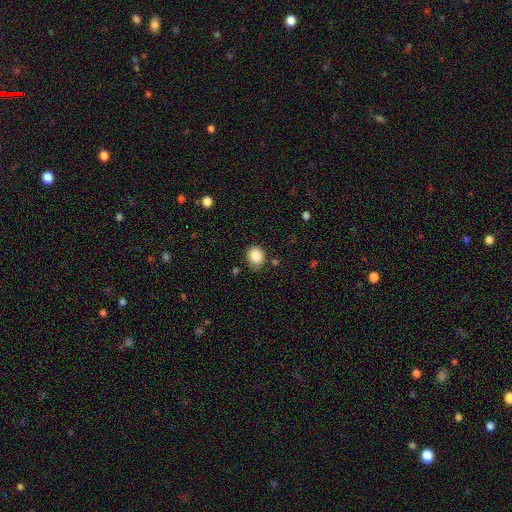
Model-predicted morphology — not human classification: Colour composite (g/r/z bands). It shows a smooth galaxy with no disk features (86%) that is round (72%). Merging: none (79%).